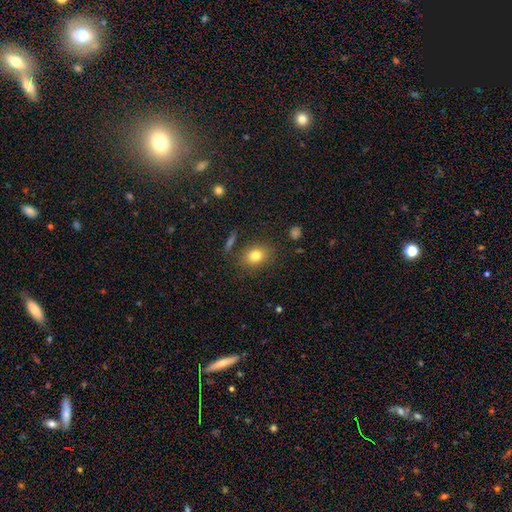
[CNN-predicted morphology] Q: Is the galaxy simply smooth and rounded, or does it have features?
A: smooth — 79%.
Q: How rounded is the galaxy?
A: in between — 53%.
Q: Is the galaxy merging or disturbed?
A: none — 81%.